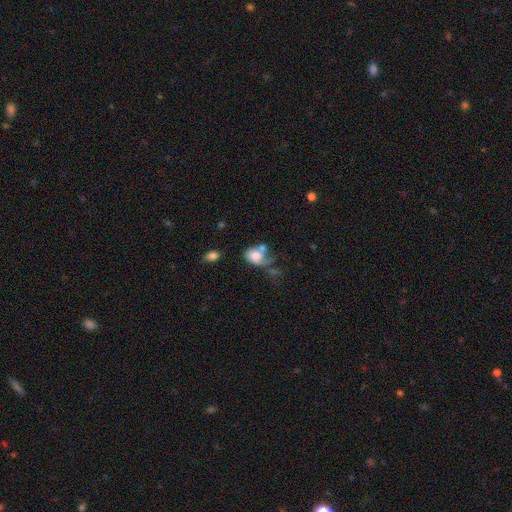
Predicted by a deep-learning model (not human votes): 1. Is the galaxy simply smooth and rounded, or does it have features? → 69% smooth, 22% featured or disk, 9% star or artifact.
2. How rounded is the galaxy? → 62% in between, 36% round, 1% cigar-shaped.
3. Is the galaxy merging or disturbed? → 35% merger, 24% none, 23% major disturbance, 18% minor disturbance.